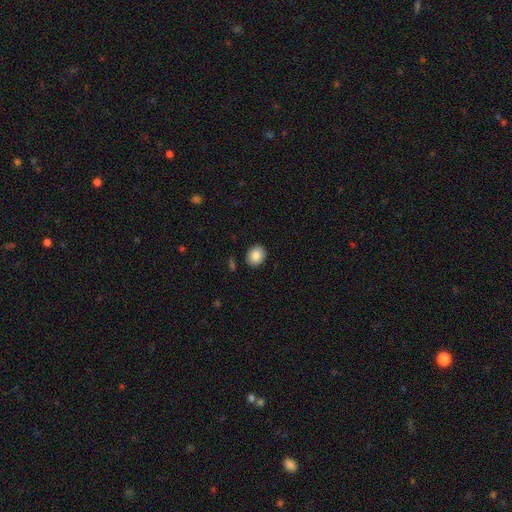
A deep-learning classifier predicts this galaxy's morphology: A smooth galaxy with no disk features (85%) that is round (55%).

Vote fractions:
- Smooth or featured? smooth: 85% / star or artifact: 8% / featured or disk: 7%
- How rounded? round: 55% / in between: 44% / cigar-shaped: 1%
- Merging? none: 89% / minor disturbance: 8% / major disturbance: 2% / merger: 2%